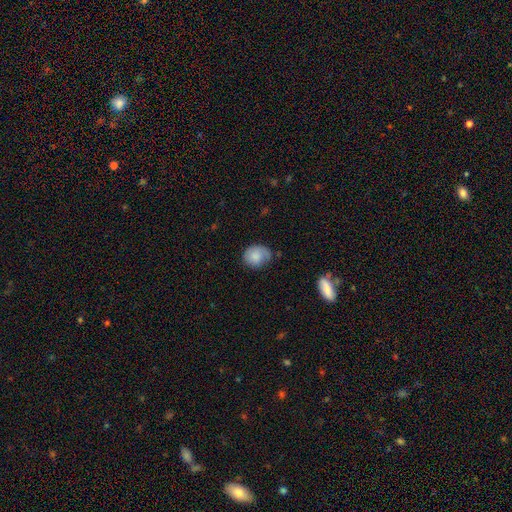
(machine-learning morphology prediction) The model was most divided on "merging": none: 54%, minor disturbance: 33%, major disturbance: 11%, merger: 2%. More confident: smooth or featured — smooth (76%); how rounded — round (60%).